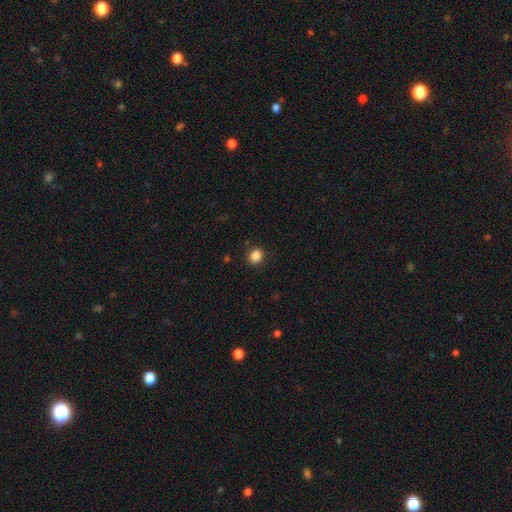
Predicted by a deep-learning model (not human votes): smooth-or-featured: smooth: 86% | star or artifact: 11% | featured or disk: 3%
  how-rounded: round: 80% | in between: 19% | cigar-shaped: 1%
  merging: none: 88% | minor disturbance: 8% | major disturbance: 2% | merger: 1%